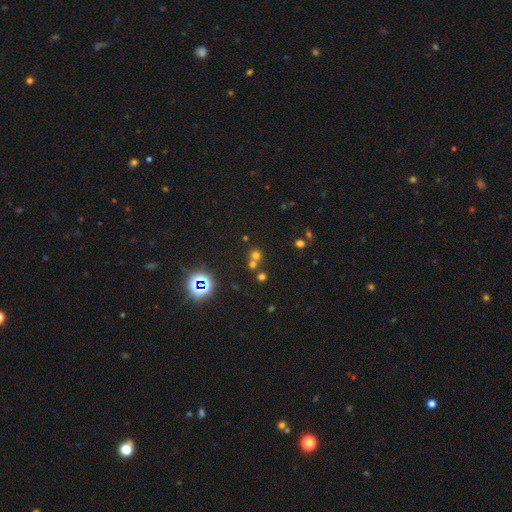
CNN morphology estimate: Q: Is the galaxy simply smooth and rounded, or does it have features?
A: smooth — 49%.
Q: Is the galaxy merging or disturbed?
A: none — 53%.